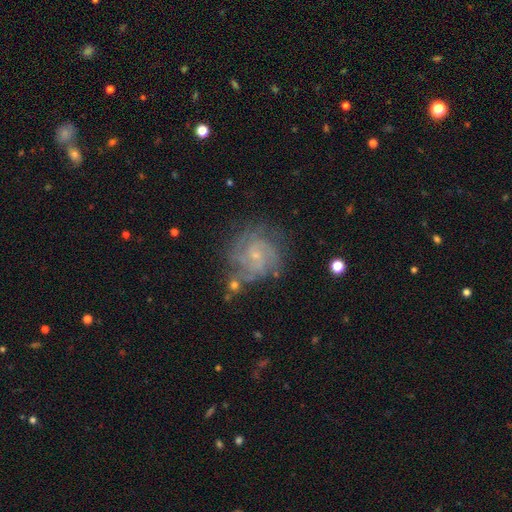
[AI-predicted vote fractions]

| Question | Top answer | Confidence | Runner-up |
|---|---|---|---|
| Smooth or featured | featured or disk | 77% | smooth (14%) |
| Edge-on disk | no | 98% | yes (2%) |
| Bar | no | 68% | weak (27%) |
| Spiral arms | yes | 92% | no (8%) |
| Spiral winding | tight | 58% | medium (33%) |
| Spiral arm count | can't tell | 33% | 3 (24%) |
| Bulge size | small | 78% | moderate (15%) |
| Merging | none | 67% | minor disturbance (18%) |